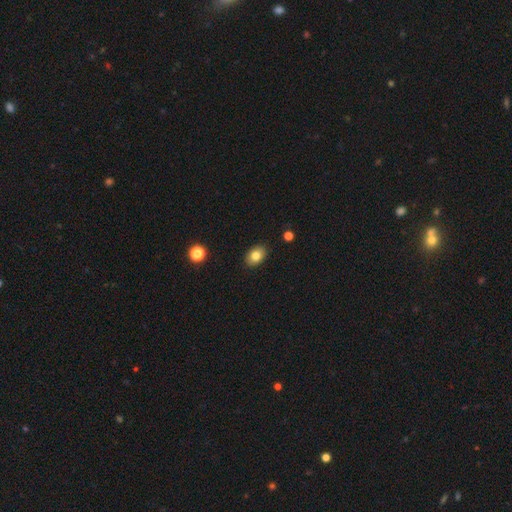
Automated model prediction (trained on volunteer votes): smooth_or_featured: smooth (p=0.81) [alt: featured or disk p=0.10]
how_rounded: in between (p=0.80) [alt: round p=0.19]
merging: none (p=0.89) [alt: minor disturbance p=0.08]